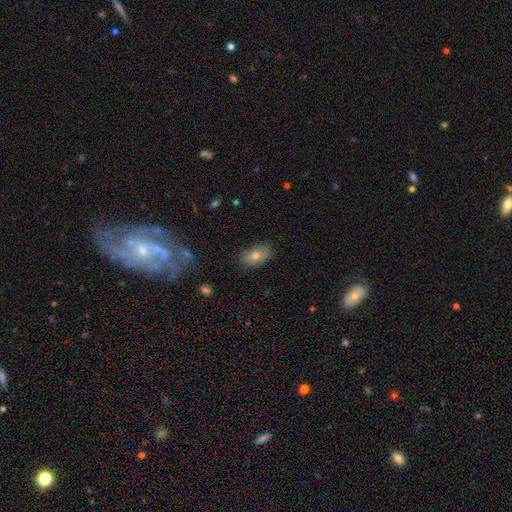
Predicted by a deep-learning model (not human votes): Smooth or featured: smooth — 67% (featured or disk — 21%)
How rounded: in between — 88% (round — 9%)
Merging: none — 79% (minor disturbance — 15%)